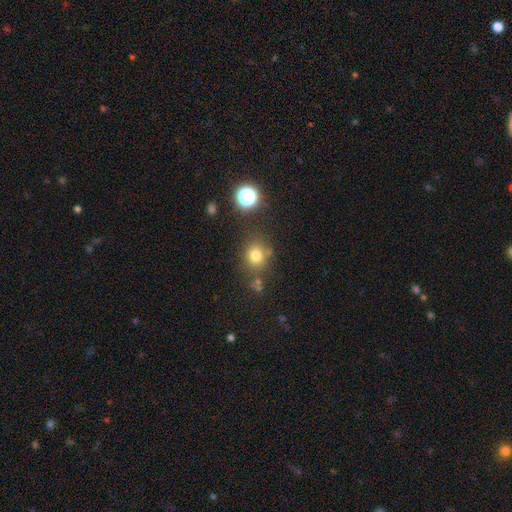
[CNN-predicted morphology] The model was most divided on "smooth or featured": smooth: 75%, star or artifact: 17%, featured or disk: 8%. More confident: how rounded — round (81%); merging — none (75%).